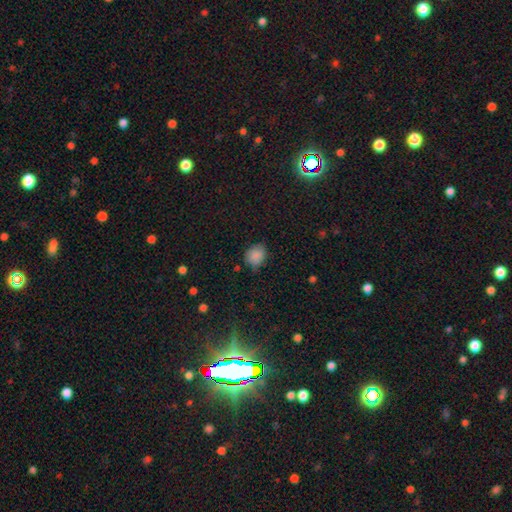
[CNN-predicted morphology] type=smooth (86%); roundness=round (65%); merging=none (67%).